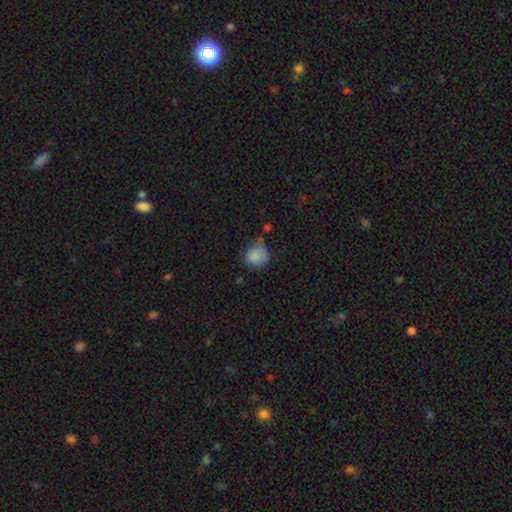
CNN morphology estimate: A smooth galaxy with no disk features (85%) that is round (84%).

Vote fractions:
- Smooth or featured? smooth: 85% / star or artifact: 9% / featured or disk: 6%
- How rounded? round: 84% / in between: 15% / cigar-shaped: 1%
- Merging? none: 58% / minor disturbance: 28% / major disturbance: 8% / merger: 6%